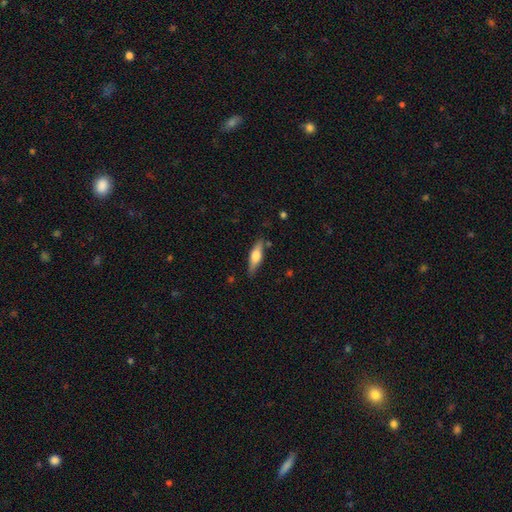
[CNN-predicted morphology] This appears to be a smooth galaxy with no disk features (51%) that is cigar-shaped (55%). Merging: none (81%).